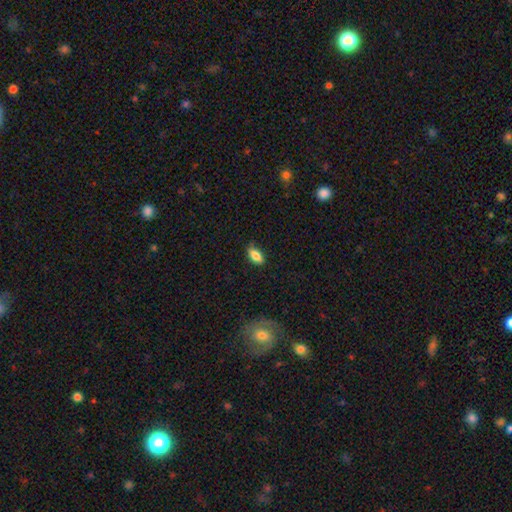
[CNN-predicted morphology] smooth_or_featured: smooth (p=0.82) [alt: featured or disk p=0.10]
how_rounded: in between (p=0.86) [alt: cigar-shaped p=0.11]
merging: none (p=0.78) [alt: minor disturbance p=0.18]